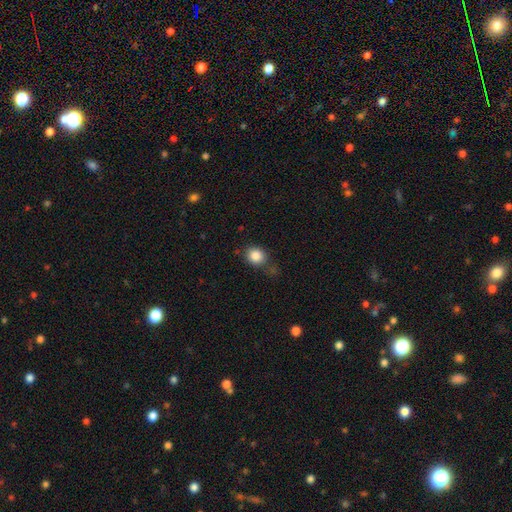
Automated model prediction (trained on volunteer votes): This is clearly a smooth galaxy (85%). How rounded: likely round (71%). Merging: likely none (66%).